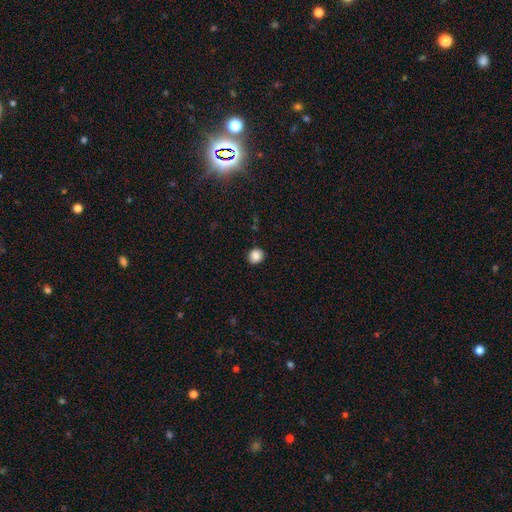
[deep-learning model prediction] Smooth or featured? Predicted: smooth (p=0.87). How rounded? Predicted: round (p=0.80). Merging? Predicted: none (p=0.90).